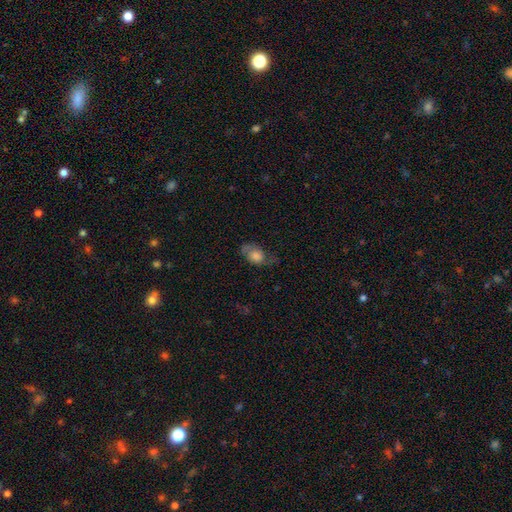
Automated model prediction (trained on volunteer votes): Smooth or featured? Predicted: smooth (p=0.50). How rounded? Predicted: in between (p=0.73). Merging? Predicted: none (p=0.50).